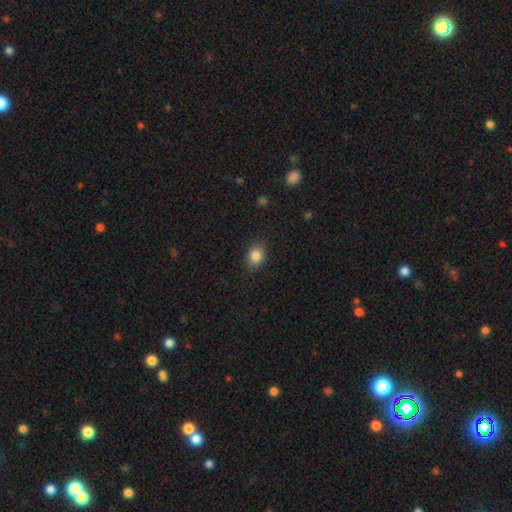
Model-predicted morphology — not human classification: Smooth or featured?
  - smooth: 85% *
  - star or artifact: 10%
  - featured or disk: 5%
How rounded?
  - round: 55% *
  - in between: 44%
  - cigar-shaped: 1%
Merging?
  - none: 85% *
  - minor disturbance: 11%
  - major disturbance: 3%
  - merger: 1%